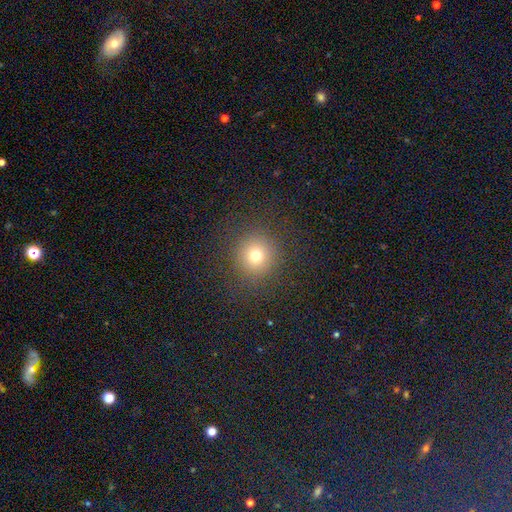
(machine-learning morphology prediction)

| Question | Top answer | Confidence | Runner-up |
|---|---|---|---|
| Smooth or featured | smooth | 72% | star or artifact (18%) |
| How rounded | round | 92% | in between (7%) |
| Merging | none | 88% | minor disturbance (7%) |